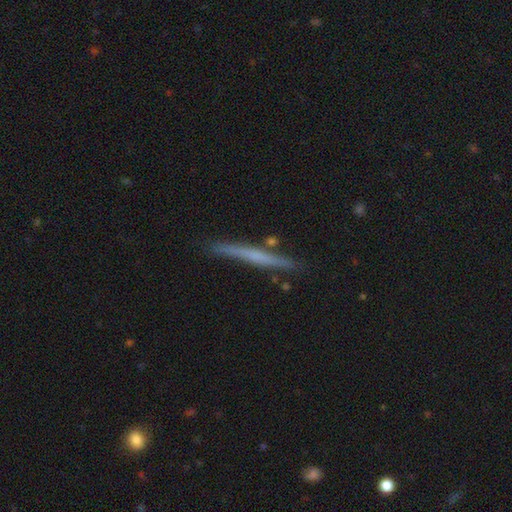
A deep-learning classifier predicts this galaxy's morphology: smooth_or_featured: featured or disk (p=0.53) [alt: smooth p=0.41]
disk_edge_on: yes (p=0.97) [alt: no p=0.03]
edge_on_bulge: none (p=0.76) [alt: rounded p=0.18]
merging: none (p=0.86) [alt: minor disturbance p=0.10]